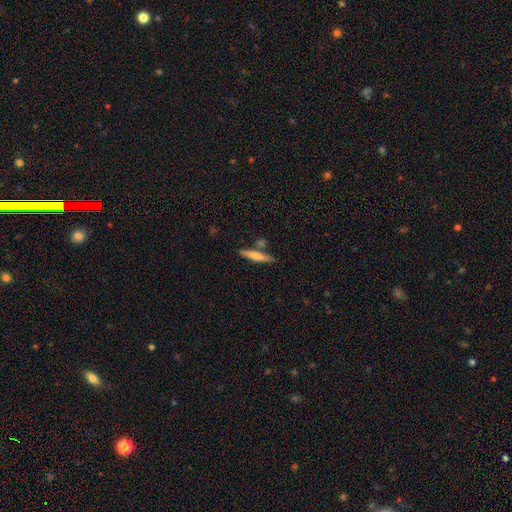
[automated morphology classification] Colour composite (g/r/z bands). It shows a smooth galaxy with no disk features (61%) that is cigar-shaped (91%). Merging: none (76%).